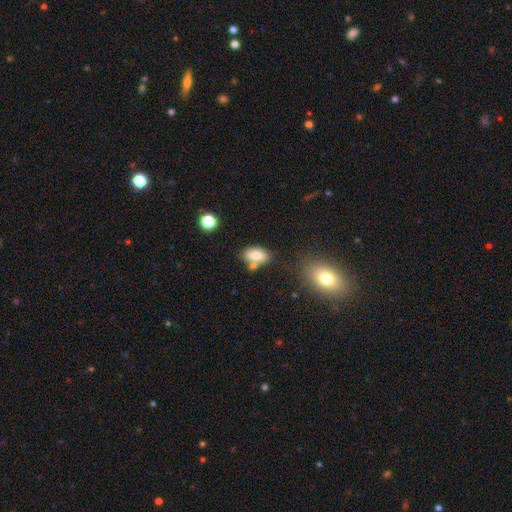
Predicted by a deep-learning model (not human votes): smooth-or-featured: smooth: 79% | featured or disk: 12% | star or artifact: 9%
  how-rounded: in between: 89% | round: 7% | cigar-shaped: 3%
  merging: none: 60% | merger: 21% | minor disturbance: 15% | major disturbance: 4%